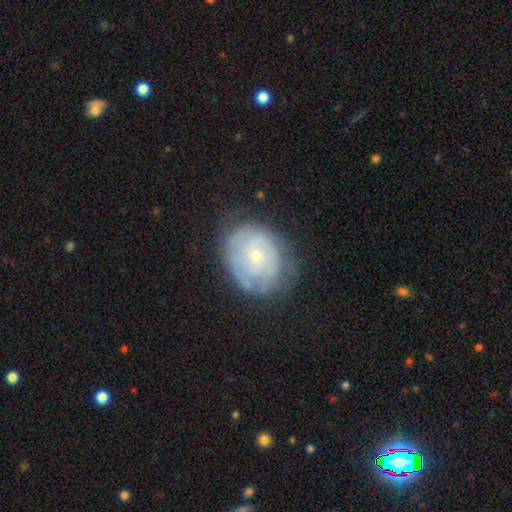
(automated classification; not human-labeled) Smooth or featured: featured or disk — 60% (smooth — 32%)
Edge-on disk: no — 97% (yes — 3%)
Bar: no — 82% (weak — 15%)
Spiral arms: yes — 66% (no — 34%)
Bulge size: small — 69% (moderate — 27%)
Merging: none — 63% (minor disturbance — 25%)